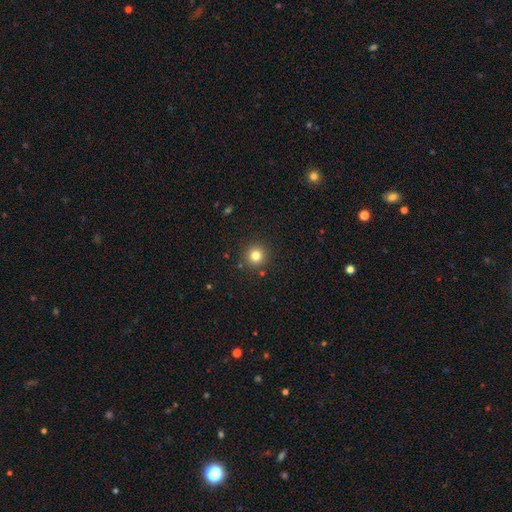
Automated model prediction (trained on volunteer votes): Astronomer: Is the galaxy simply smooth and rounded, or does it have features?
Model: smooth — 80%.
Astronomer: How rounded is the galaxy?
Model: round — 94%.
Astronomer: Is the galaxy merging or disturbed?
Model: none — 90%.